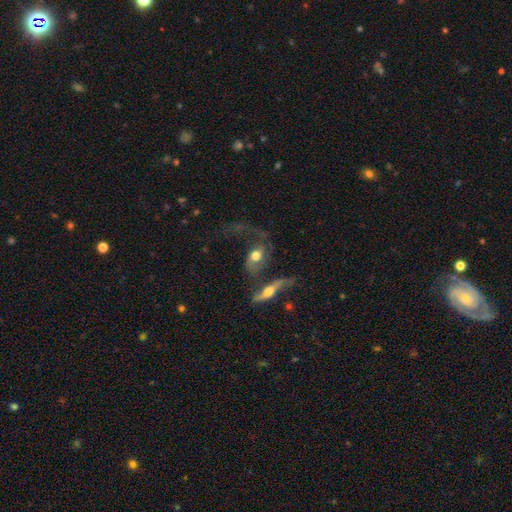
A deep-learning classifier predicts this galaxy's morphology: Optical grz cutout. It shows a featured or disk galaxy (61%) with no bar (66%), spiral arms (72%) and a moderate central bulge (62%). Merging: merger (45%).